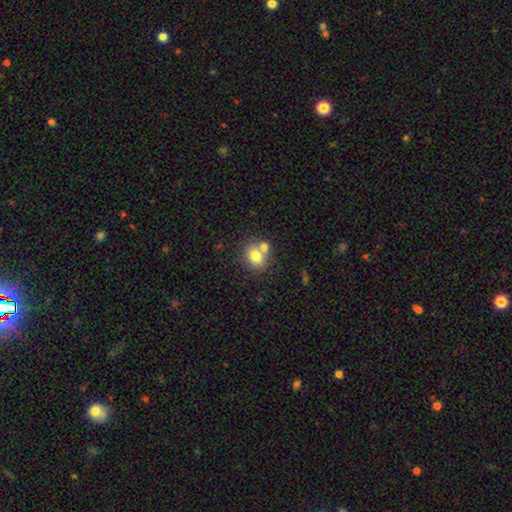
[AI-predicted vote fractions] A smooth galaxy with no disk features (76%) that is round (65%).

Vote fractions:
- Smooth or featured? smooth: 76% / featured or disk: 14% / star or artifact: 11%
- How rounded? round: 65% / in between: 34% / cigar-shaped: 1%
- Merging? none: 52% / merger: 35% / minor disturbance: 10% / major disturbance: 3%